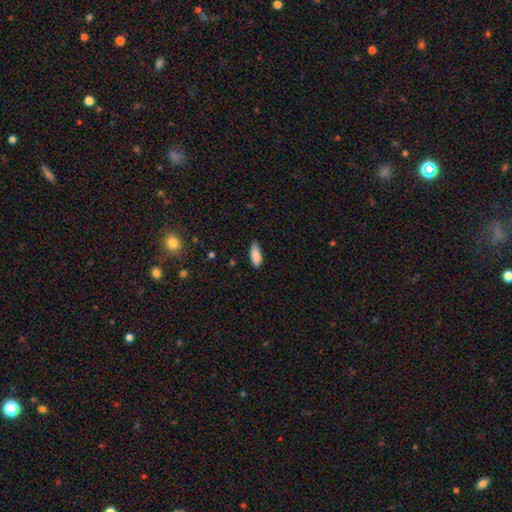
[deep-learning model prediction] A smooth galaxy with no disk features (87%) that is in between round and cigar-shaped (79%).

Vote fractions:
- Smooth or featured? smooth: 87% / star or artifact: 7% / featured or disk: 6%
- How rounded? in between: 79% / cigar-shaped: 19% / round: 2%
- Merging? none: 74% / minor disturbance: 22% / major disturbance: 3% / merger: 1%